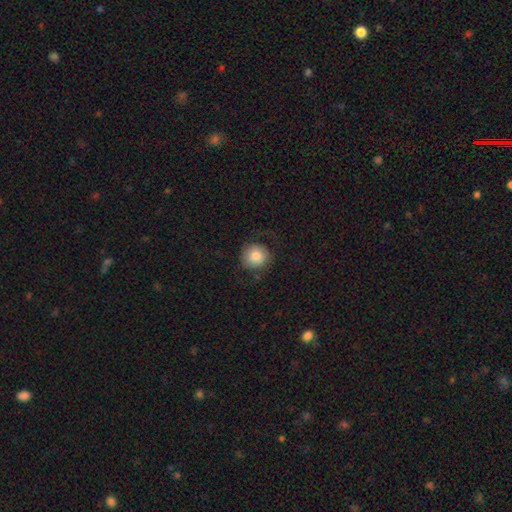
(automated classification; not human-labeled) smooth_or_featured: smooth (p=0.79) [alt: featured or disk p=0.13]
how_rounded: round (p=0.90) [alt: in between p=0.09]
merging: none (p=0.75) [alt: minor disturbance p=0.15]